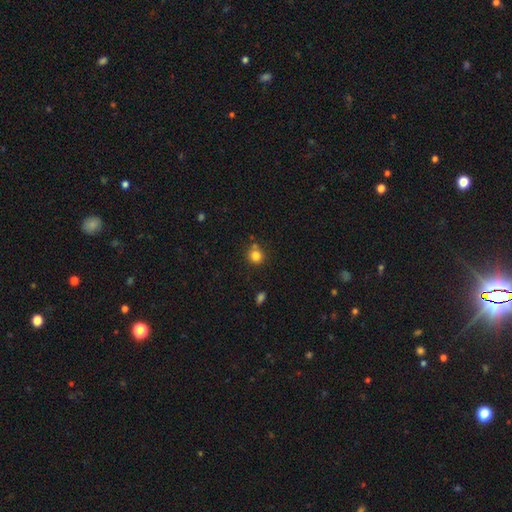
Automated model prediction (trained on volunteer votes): Q: Smooth or featured?
A: smooth (82%); runner-up: star or artifact (12%)
Q: How rounded?
A: round (88%); runner-up: in between (11%)
Q: Merging?
A: none (73%); runner-up: minor disturbance (14%)